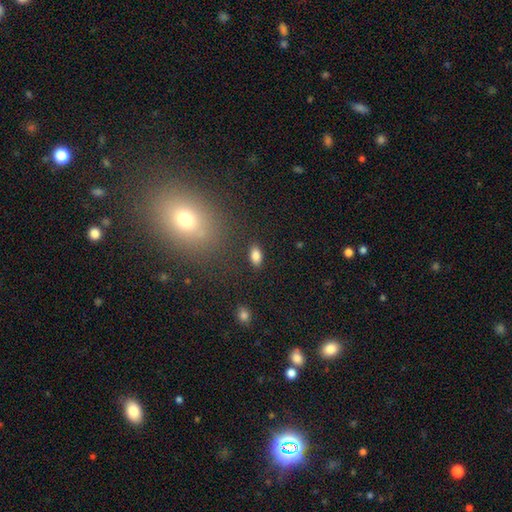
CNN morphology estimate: smooth_or_featured: smooth (p=0.84) [alt: star or artifact p=0.10]
how_rounded: in between (p=0.90) [alt: round p=0.06]
merging: none (p=0.86) [alt: minor disturbance p=0.09]